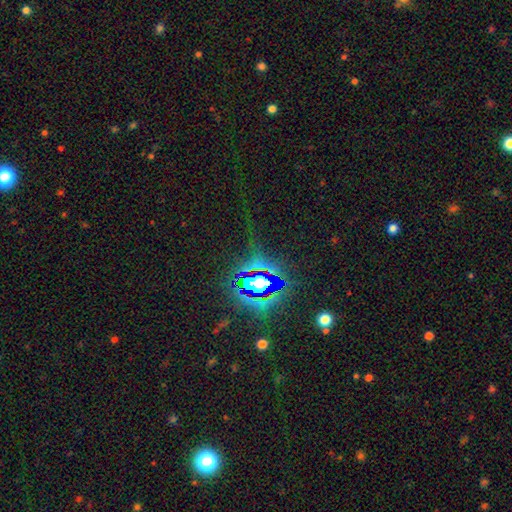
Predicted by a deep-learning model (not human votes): A star or artifact, not a galaxy (75%).